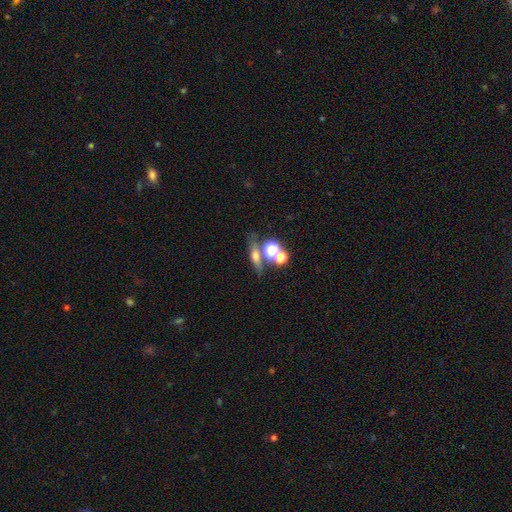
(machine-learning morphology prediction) smooth-or-featured: smooth: 44% | featured or disk: 36% | star or artifact: 20%
  merging: none: 62% | merger: 22% | minor disturbance: 11% | major disturbance: 5%